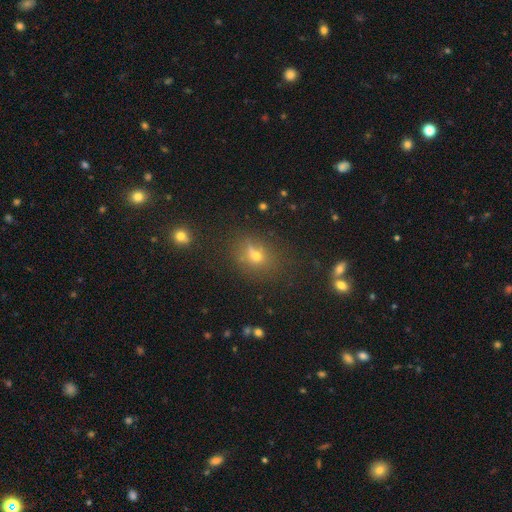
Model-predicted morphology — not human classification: Smooth or featured? Predicted: smooth (p=0.56). How rounded? Predicted: round (p=0.61). Merging? Predicted: none (p=0.64).